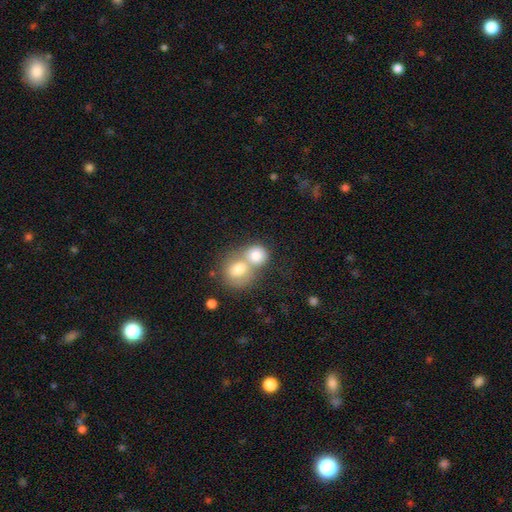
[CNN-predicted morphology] Overall: smooth (76%). How rounded: round (72%). Merging: merger (67%).